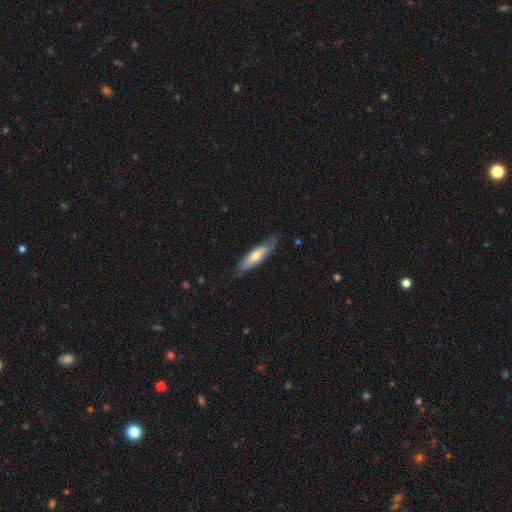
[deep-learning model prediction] This is possibly a smooth galaxy (52%). How rounded: likely cigar-shaped (70%). Merging: likely none (73%).